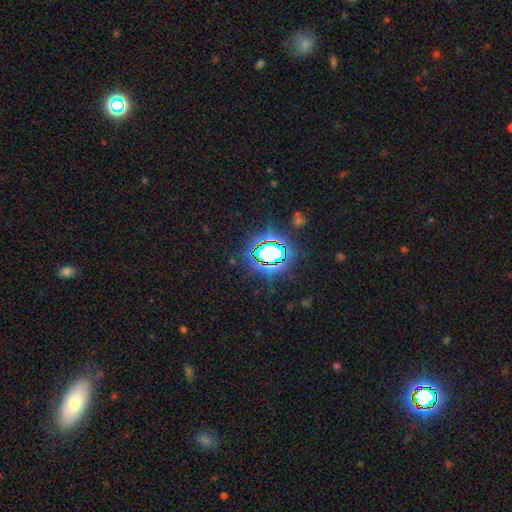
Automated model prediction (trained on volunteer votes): A star or artifact, not a galaxy (77%).

Vote fractions:
- Smooth or featured? star or artifact: 77% / smooth: 14% / featured or disk: 9%